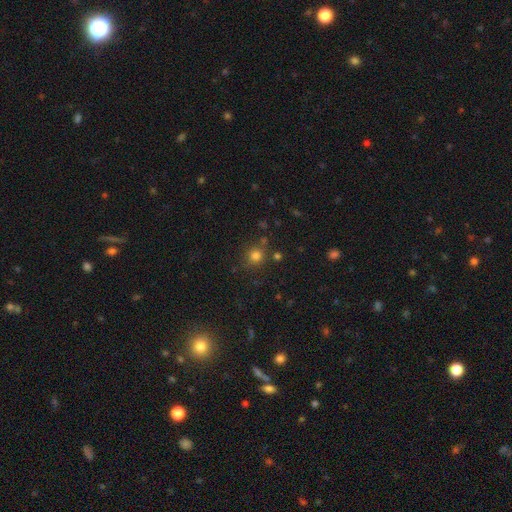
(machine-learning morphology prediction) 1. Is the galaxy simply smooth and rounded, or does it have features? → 77% smooth, 17% star or artifact, 6% featured or disk.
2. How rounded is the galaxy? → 90% round, 9% in between, 1% cigar-shaped.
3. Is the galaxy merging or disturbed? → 80% none, 9% minor disturbance, 7% merger, 3% major disturbance.